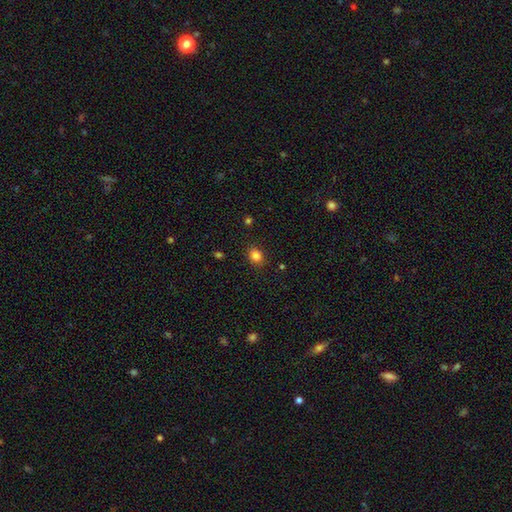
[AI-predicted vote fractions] Overall: smooth (84%). How rounded: round (55%; in between 44%). Merging: none (88%).